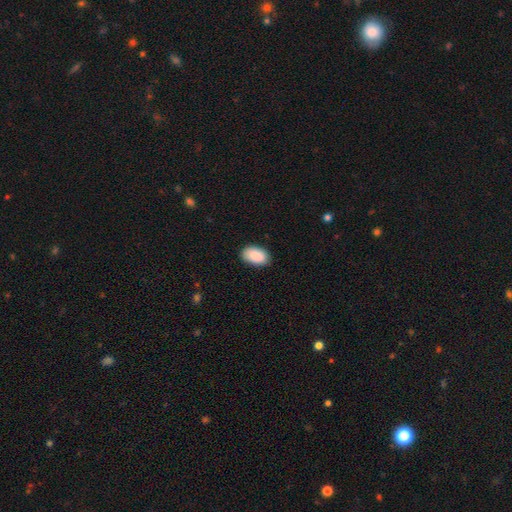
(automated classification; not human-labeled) A smooth galaxy with no disk features (91%) that is in between round and cigar-shaped (94%).

Vote fractions:
- Smooth or featured? smooth: 91% / star or artifact: 6% / featured or disk: 3%
- How rounded? in between: 94% / round: 5% / cigar-shaped: 1%
- Merging? none: 86% / minor disturbance: 11% / major disturbance: 2% / merger: 1%